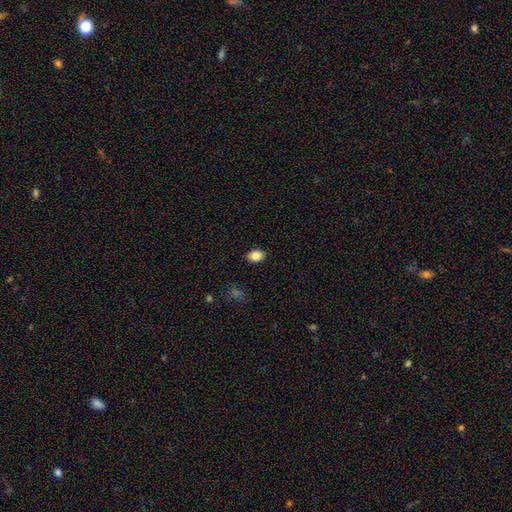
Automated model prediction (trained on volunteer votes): smooth-or-featured: smooth: 84% | star or artifact: 9% | featured or disk: 7%
  how-rounded: in between: 75% | round: 24% | cigar-shaped: 1%
  merging: none: 89% | minor disturbance: 8% | major disturbance: 2% | merger: 1%